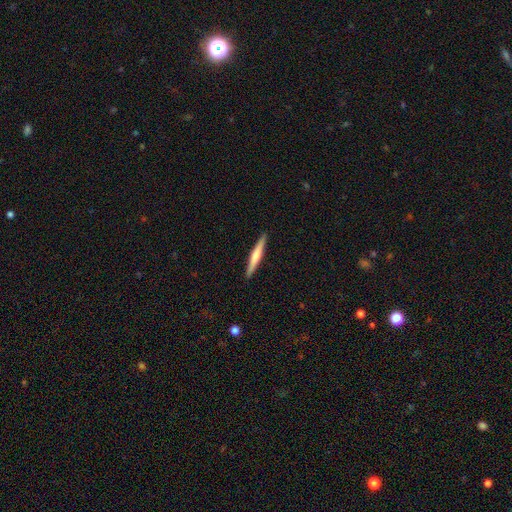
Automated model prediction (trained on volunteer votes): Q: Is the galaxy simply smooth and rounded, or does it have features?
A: smooth — 51%.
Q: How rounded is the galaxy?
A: cigar-shaped — 95%.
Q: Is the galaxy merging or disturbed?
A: none — 91%.